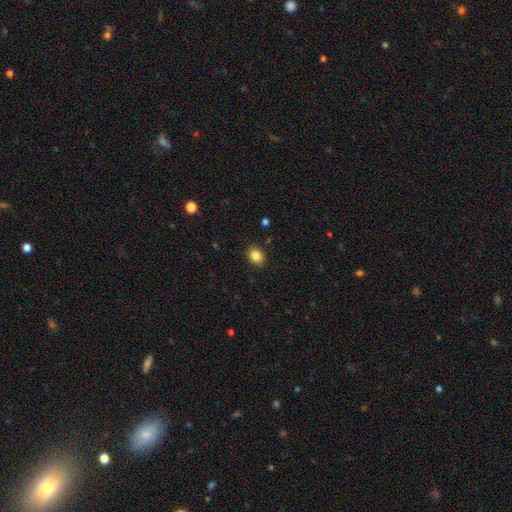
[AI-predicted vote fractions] Smooth or featured?
  - smooth: 85% *
  - star or artifact: 9%
  - featured or disk: 6%
How rounded?
  - in between: 65% *
  - round: 34%
  - cigar-shaped: 1%
Merging?
  - none: 88% *
  - minor disturbance: 9%
  - major disturbance: 2%
  - merger: 1%